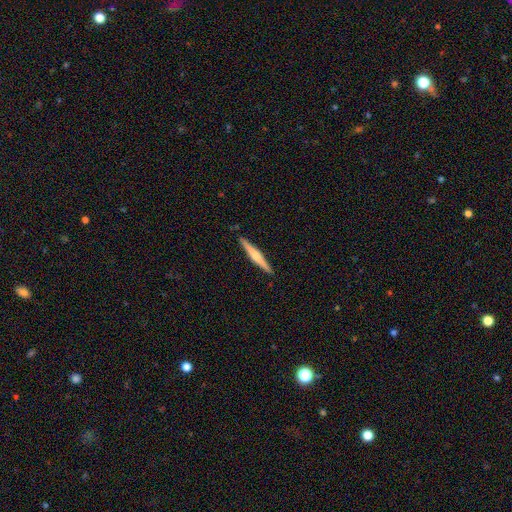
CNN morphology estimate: A featured or disk galaxy (57%) viewed edge-on (98%) with a rounded central bulge (64%).

Vote fractions:
- Smooth or featured? featured or disk: 57% / smooth: 38% / star or artifact: 5%
- Edge-on disk? yes: 98% / no: 2%
- Edge-on bulge? rounded: 64% / none: 20% / boxy: 17%
- Merging? none: 91% / minor disturbance: 6% / major disturbance: 1% / merger: 1%